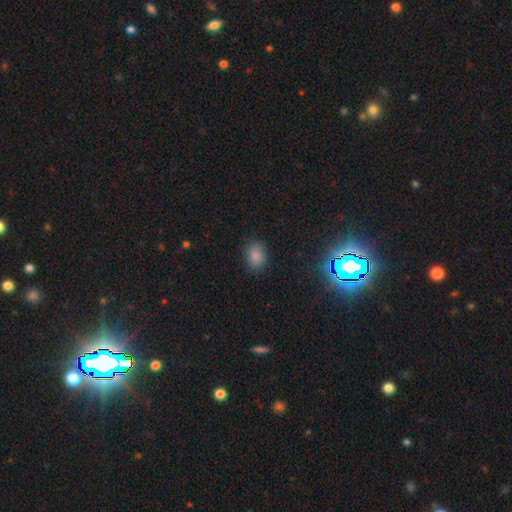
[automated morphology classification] smooth-or-featured: smooth: 83% | star or artifact: 12% | featured or disk: 5%
  how-rounded: in between: 57% | round: 42% | cigar-shaped: 1%
  merging: none: 85% | minor disturbance: 11% | major disturbance: 3% | merger: 1%